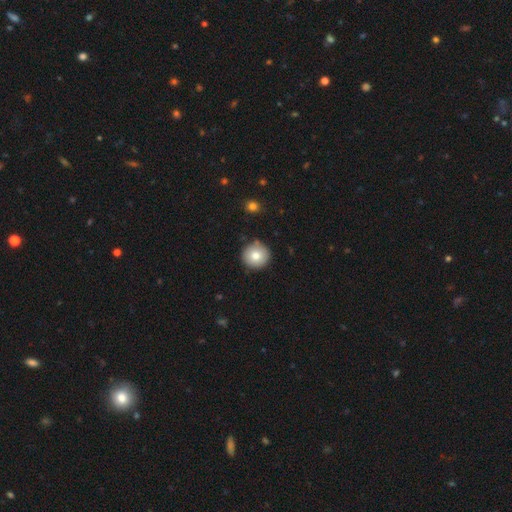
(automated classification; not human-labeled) smooth-or-featured: smooth: 80% | featured or disk: 11% | star or artifact: 9%
  how-rounded: round: 94% | in between: 5% | cigar-shaped: 1%
  merging: none: 87% | minor disturbance: 8% | merger: 2% | major disturbance: 2%